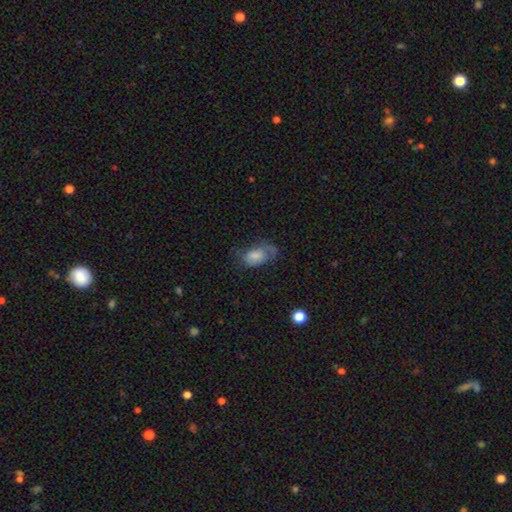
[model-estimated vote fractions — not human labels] A smooth galaxy with no disk features (68%) that is in between round and cigar-shaped (90%).

Vote fractions:
- Smooth or featured? smooth: 68% / featured or disk: 23% / star or artifact: 8%
- How rounded? in between: 90% / round: 8% / cigar-shaped: 2%
- Merging? none: 39% / minor disturbance: 31% / major disturbance: 27% / merger: 2%